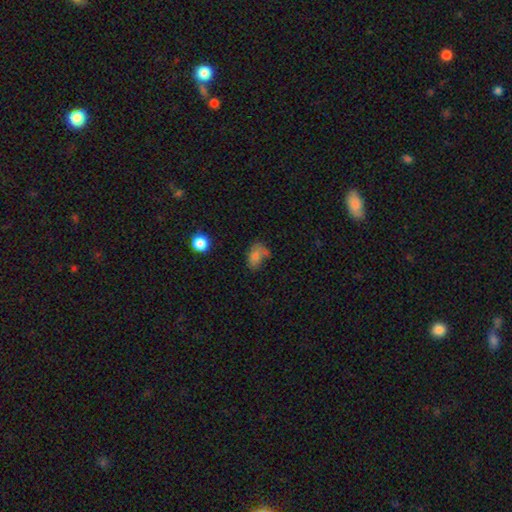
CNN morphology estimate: Smooth or featured: smooth — 71% (star or artifact — 15%)
How rounded: in between — 77% (round — 22%)
Merging: none — 41% (minor disturbance — 28%)